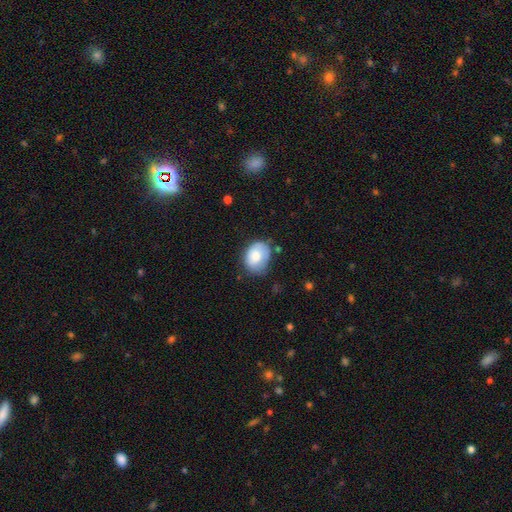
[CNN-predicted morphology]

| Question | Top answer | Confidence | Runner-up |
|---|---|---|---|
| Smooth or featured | smooth | 71% | featured or disk (22%) |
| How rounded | in between | 63% | round (36%) |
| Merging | none | 56% | minor disturbance (32%) |